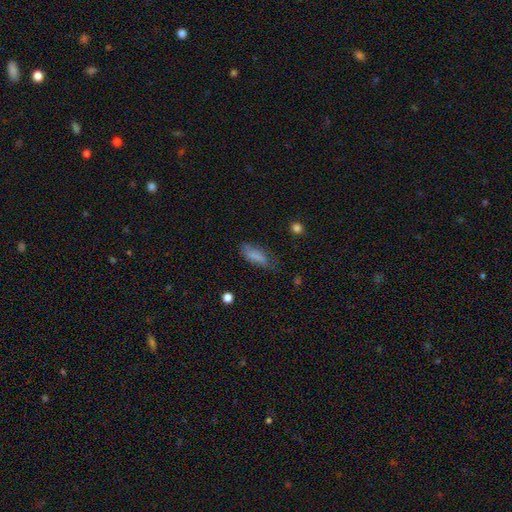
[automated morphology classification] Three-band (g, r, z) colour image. It shows a smooth galaxy with no disk features (79%) that is in between round and cigar-shaped (67%). Merging: none (59%).